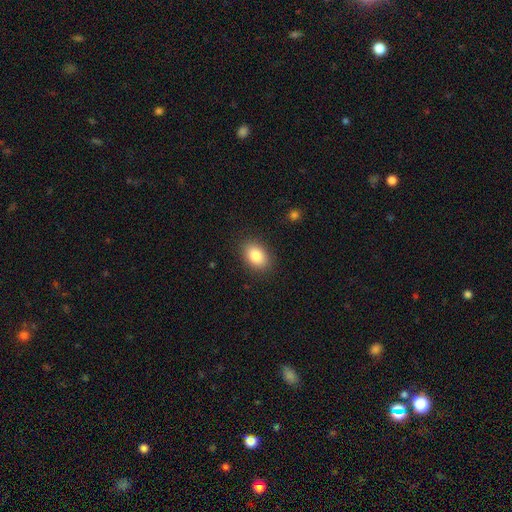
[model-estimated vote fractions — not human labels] smooth-or-featured: smooth: 86% | star or artifact: 8% | featured or disk: 7%
  how-rounded: in between: 84% | round: 15% | cigar-shaped: 1%
  merging: none: 88% | minor disturbance: 9% | major disturbance: 3% | merger: 1%